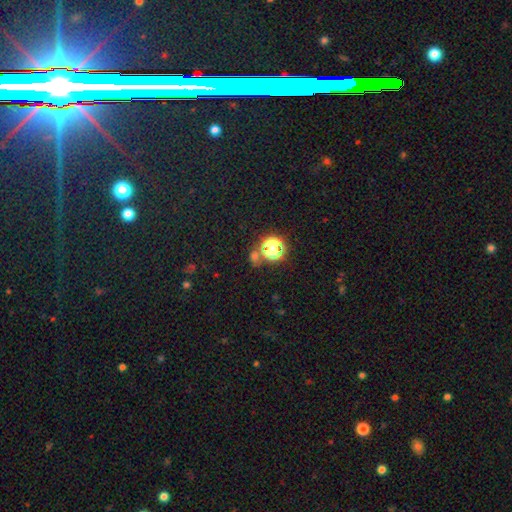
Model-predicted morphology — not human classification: The model was most divided on "smooth or featured": star or artifact: 56%, smooth: 37%, featured or disk: 8%.